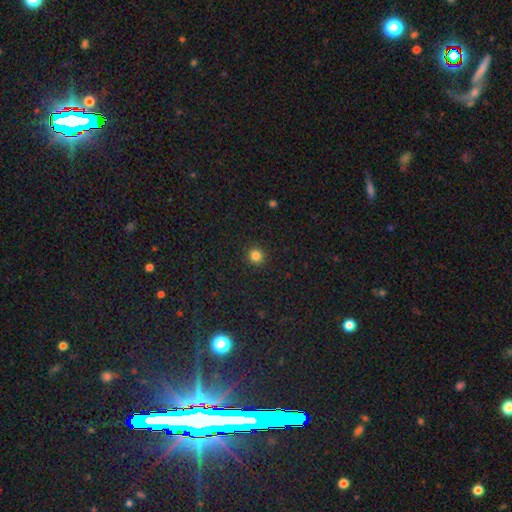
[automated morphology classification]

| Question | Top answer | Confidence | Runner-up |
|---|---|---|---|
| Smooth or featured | smooth | 83% | star or artifact (12%) |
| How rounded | round | 94% | in between (5%) |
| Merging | none | 93% | minor disturbance (5%) |